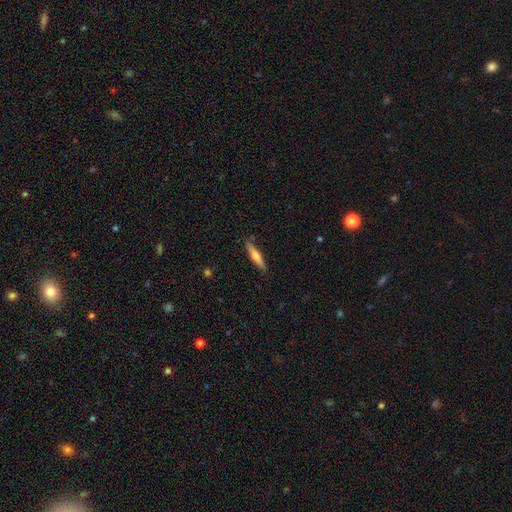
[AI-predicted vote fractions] This is possibly a smooth galaxy (56%). How rounded: clearly cigar-shaped (88%). Merging: clearly none (85%).